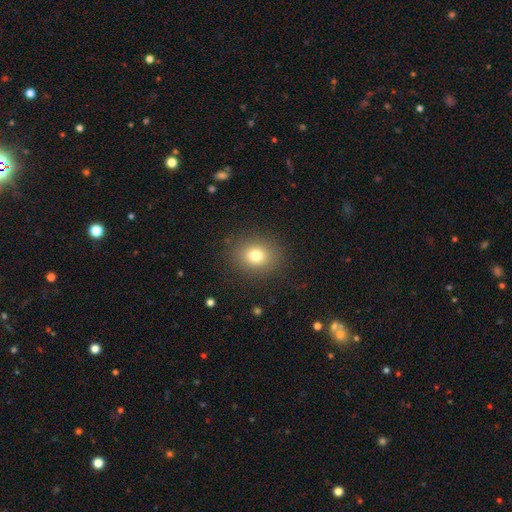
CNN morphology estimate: Smooth or featured? smooth (78%)
How rounded? round (70%)
Merging? none (87%)